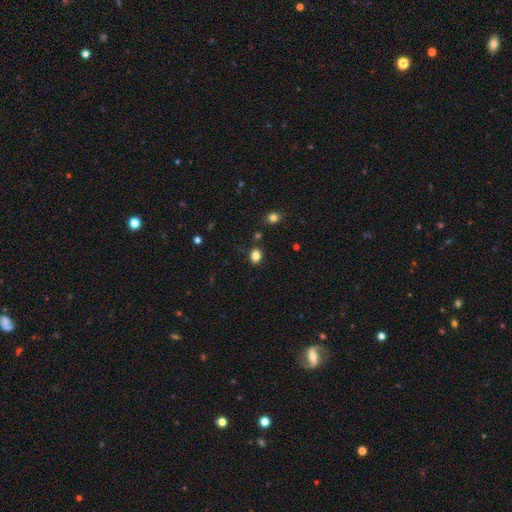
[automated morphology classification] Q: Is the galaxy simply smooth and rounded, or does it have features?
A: smooth — 83%.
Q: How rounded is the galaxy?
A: in between — 59%.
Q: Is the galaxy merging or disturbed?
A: none — 83%.